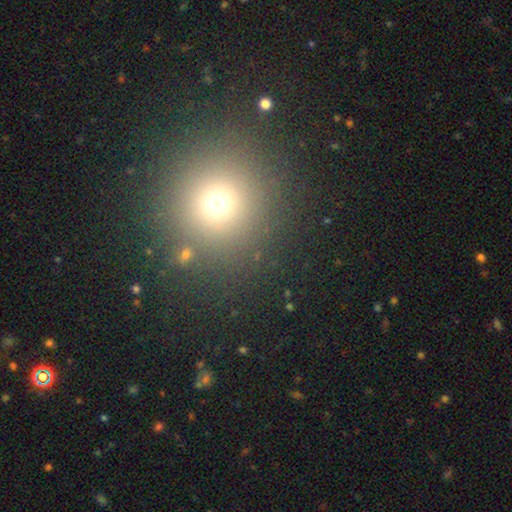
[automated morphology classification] Smooth or featured? smooth (62%)
How rounded? round (93%)
Merging? none (88%)